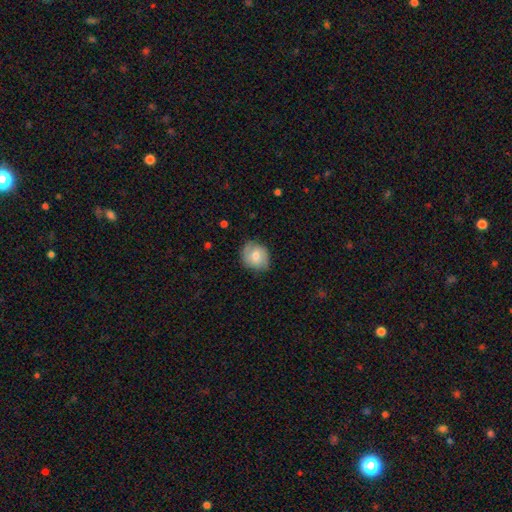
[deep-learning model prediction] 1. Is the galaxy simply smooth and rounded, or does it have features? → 57% smooth, 36% featured or disk, 7% star or artifact.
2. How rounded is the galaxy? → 67% round, 32% in between, 1% cigar-shaped.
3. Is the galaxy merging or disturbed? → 73% none, 21% minor disturbance, 4% major disturbance, 1% merger.